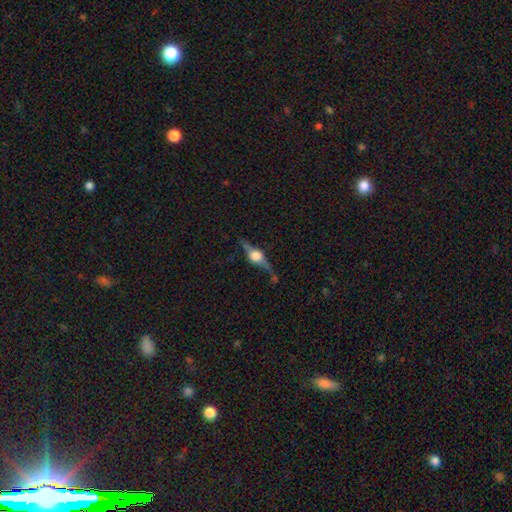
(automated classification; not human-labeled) This is clearly a featured or disk galaxy (80%). It is clearly viewed edge-on (95%). Edge-on bulge: clearly rounded (94%). Merging: likely none (75%).